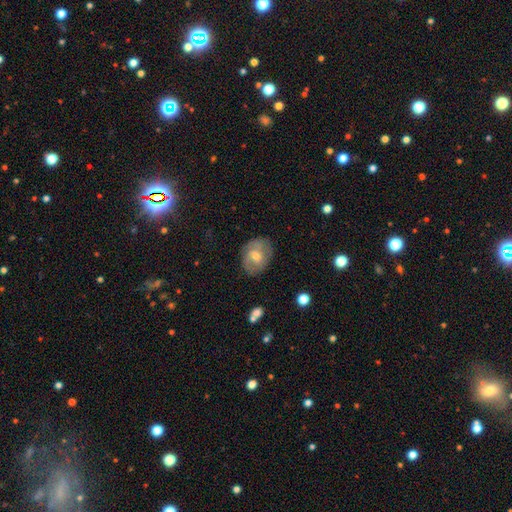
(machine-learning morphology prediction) Overall: featured or disk (48%; smooth 45%). Merging: none (74%).